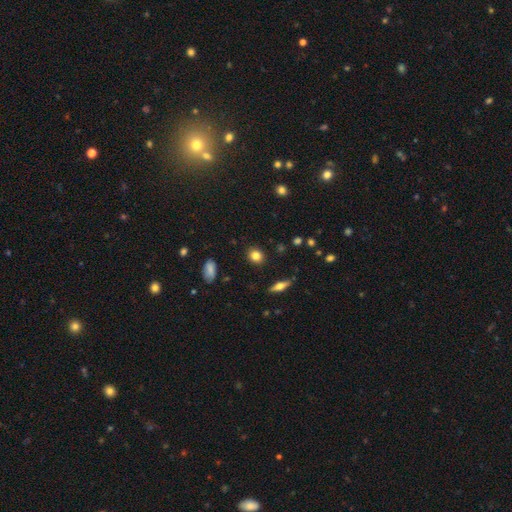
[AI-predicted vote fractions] Smooth or featured?
  - smooth: 82% *
  - star or artifact: 10%
  - featured or disk: 8%
How rounded?
  - round: 72% *
  - in between: 26%
  - cigar-shaped: 2%
Merging?
  - none: 90% *
  - minor disturbance: 7%
  - major disturbance: 2%
  - merger: 1%